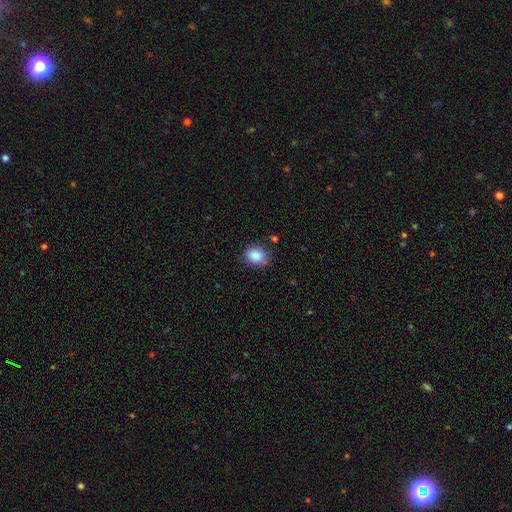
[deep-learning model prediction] A smooth galaxy with no disk features (87%) that is in between round and cigar-shaped (50%). Merging: none (77%).